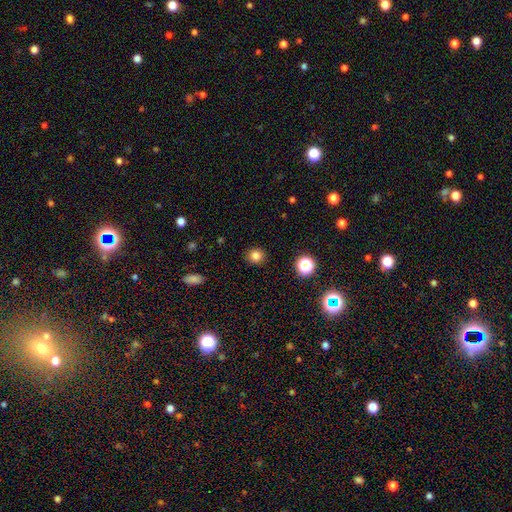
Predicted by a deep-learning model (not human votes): Smooth or featured? smooth (81%)
How rounded? round (86%)
Merging? none (90%)